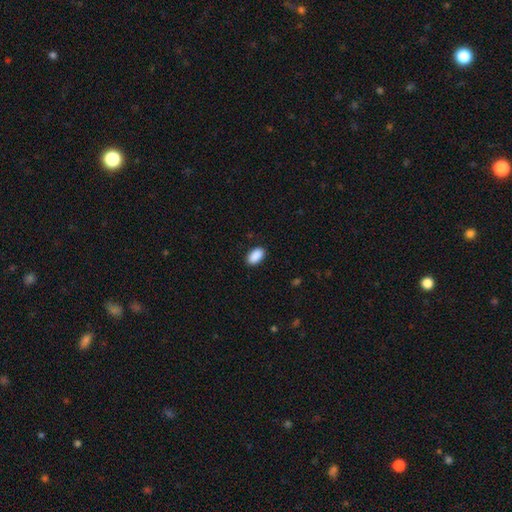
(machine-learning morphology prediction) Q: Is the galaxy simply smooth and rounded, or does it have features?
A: smooth — 91%.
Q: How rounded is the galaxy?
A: in between — 94%.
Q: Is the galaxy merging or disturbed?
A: none — 89%.